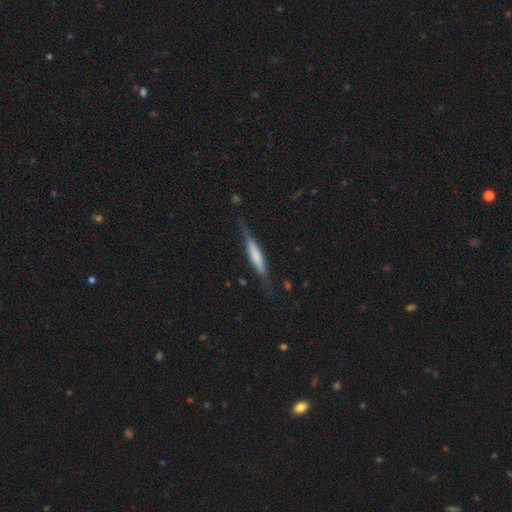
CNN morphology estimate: Smooth or featured?
  - smooth: 53% *
  - featured or disk: 41%
  - star or artifact: 6%
How rounded?
  - cigar-shaped: 86% *
  - in between: 12%
  - round: 2%
Merging?
  - none: 71% *
  - minor disturbance: 21%
  - major disturbance: 7%
  - merger: 2%